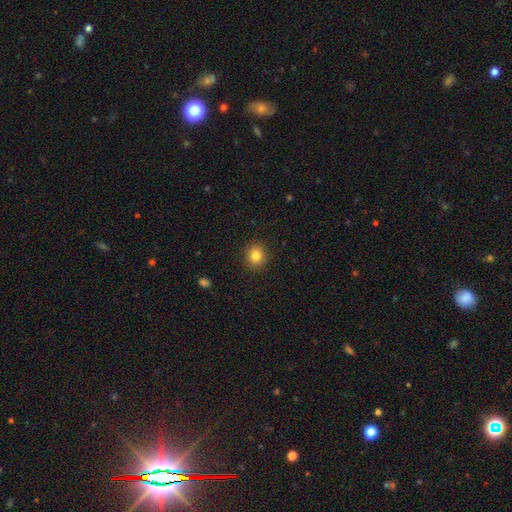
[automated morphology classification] The model was most divided on "how rounded": round: 81%, in between: 18%, cigar-shaped: 1%. More confident: merging — none (91%); smooth or featured — smooth (83%).